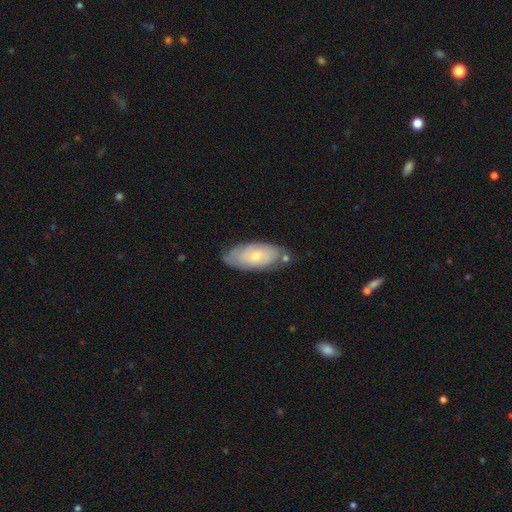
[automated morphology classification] featured or disk 50%, smooth 43%, star or artifact 7%. Down the decision tree: edge-on disk — no (85%); merging — none (70%).